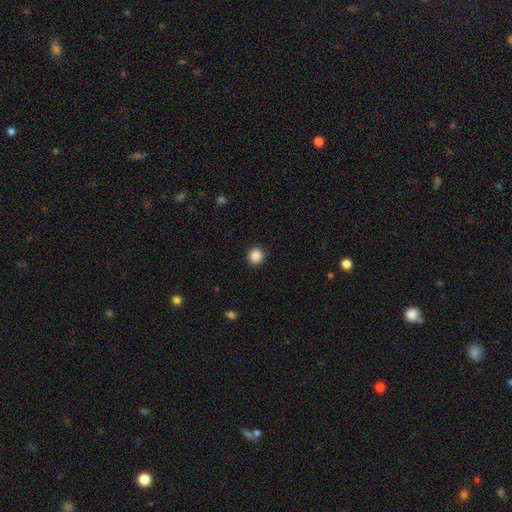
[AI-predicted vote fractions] Q: Smooth or featured?
A: smooth (88%); runner-up: star or artifact (10%)
Q: How rounded?
A: round (93%); runner-up: in between (6%)
Q: Merging?
A: none (92%); runner-up: minor disturbance (5%)